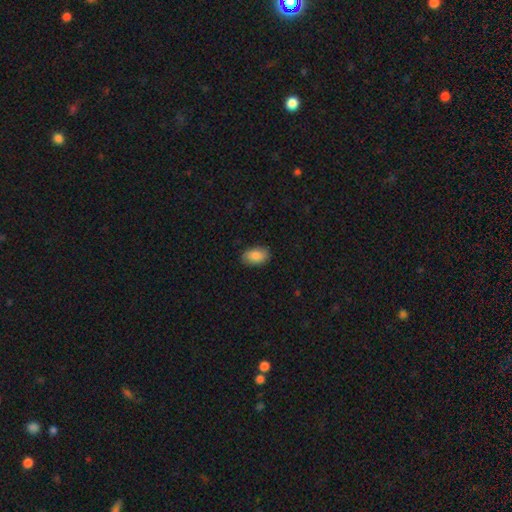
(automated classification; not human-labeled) smooth_or_featured: smooth (p=0.87) [alt: featured or disk p=0.07]
how_rounded: in between (p=0.91) [alt: round p=0.07]
merging: none (p=0.85) [alt: minor disturbance p=0.11]